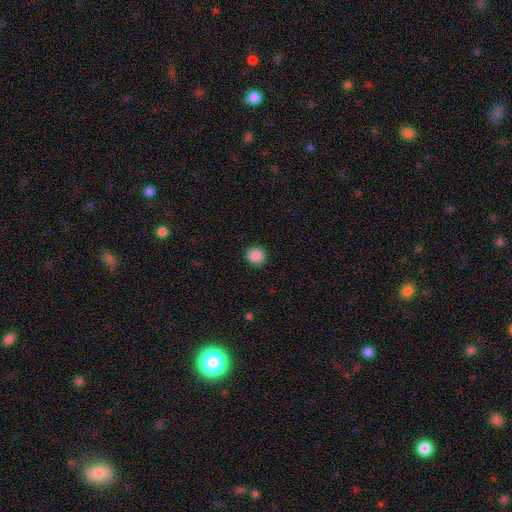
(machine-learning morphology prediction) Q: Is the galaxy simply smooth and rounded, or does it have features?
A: smooth — 88%.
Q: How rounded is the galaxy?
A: round — 89%.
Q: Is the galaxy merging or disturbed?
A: none — 91%.